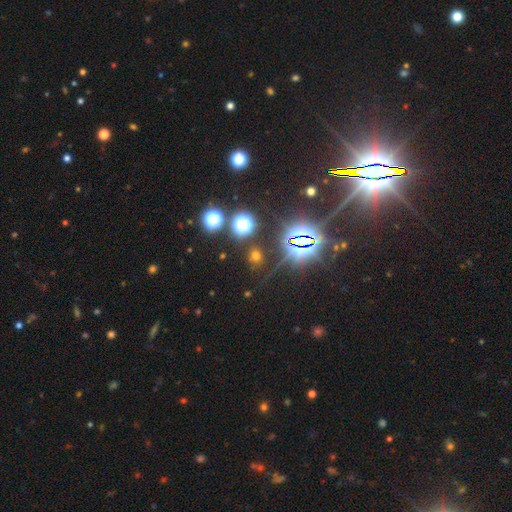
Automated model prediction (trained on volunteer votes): Morphology: type=star or artifact (46%, tied with smooth).